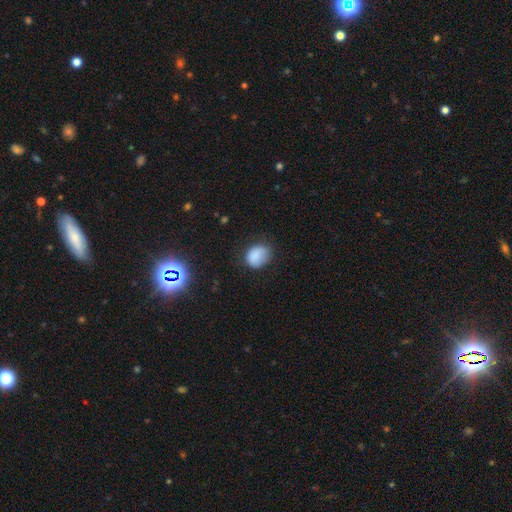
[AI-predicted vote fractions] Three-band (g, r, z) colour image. It shows a smooth galaxy with no disk features (83%) that is in between round and cigar-shaped (51%). Merging: none (62%).